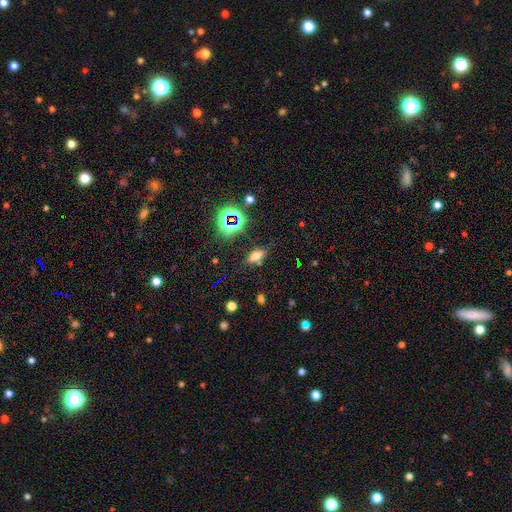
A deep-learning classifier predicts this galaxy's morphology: Smooth or featured? Predicted: smooth (p=0.55). How rounded? Predicted: in between (p=0.73). Merging? Predicted: none (p=0.77).